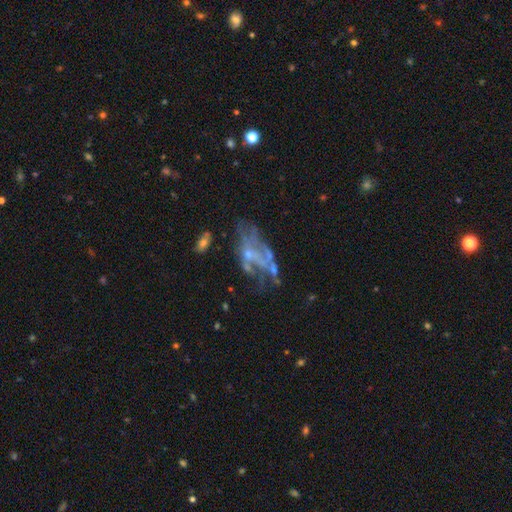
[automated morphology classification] A featured or disk galaxy (68%) with no bar (79%), no spiral arms (69%) and a small central bulge (48%). Merging: major disturbance (34%).